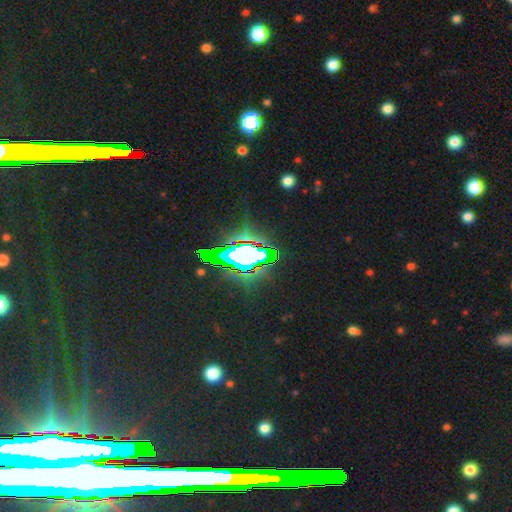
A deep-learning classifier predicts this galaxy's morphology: A star or artifact, not a galaxy (79%).